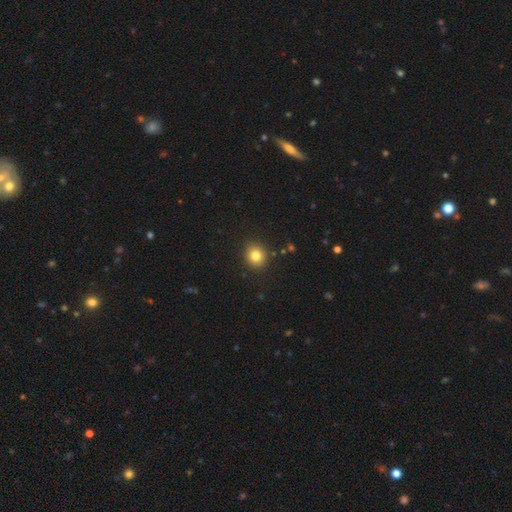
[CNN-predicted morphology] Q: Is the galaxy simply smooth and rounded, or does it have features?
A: smooth — 82%.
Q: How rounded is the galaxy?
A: round — 81%.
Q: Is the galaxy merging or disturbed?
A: none — 90%.